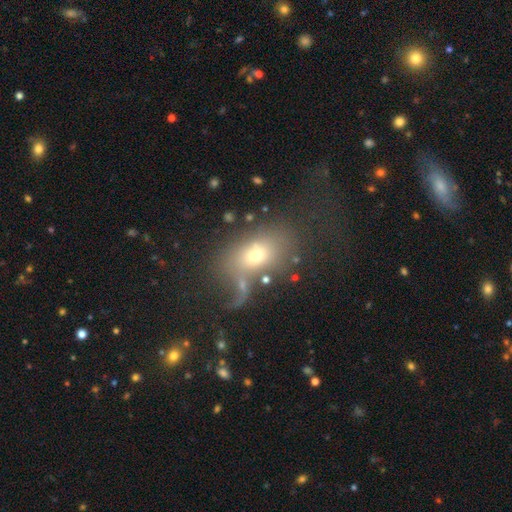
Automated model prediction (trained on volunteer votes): The model was most divided on "merging": none: 42%, major disturbance: 28%, minor disturbance: 16%, merger: 14%. More confident: how rounded — in between (72%); smooth or featured — smooth (61%).